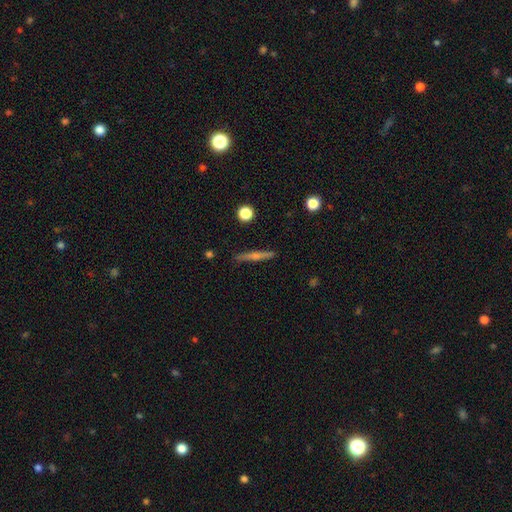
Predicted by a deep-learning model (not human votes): smooth-or-featured: featured or disk: 59% | smooth: 30% | star or artifact: 11%
  disk-edge-on: yes: 96% | no: 4%
    edge-on-bulge: rounded: 69% | none: 23% | boxy: 7%
  merging: none: 88% | minor disturbance: 8% | major disturbance: 2% | merger: 2%